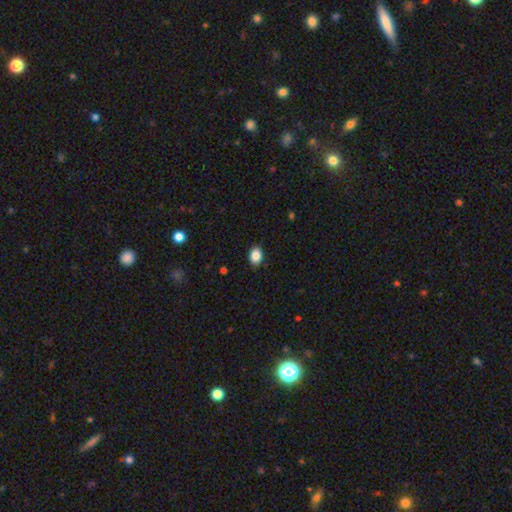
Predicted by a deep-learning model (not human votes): A smooth galaxy with no disk features (87%) that is in between round and cigar-shaped (71%). Merging: none (89%).